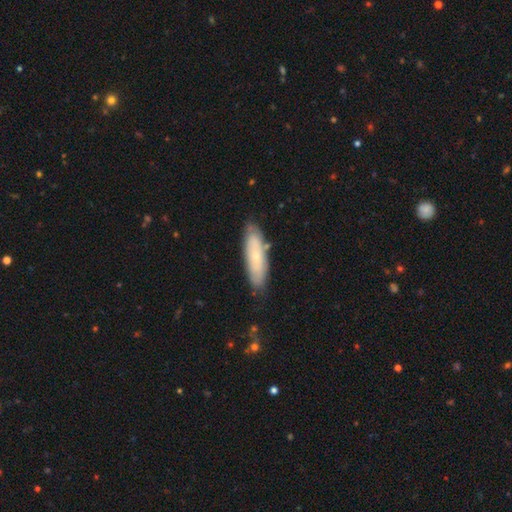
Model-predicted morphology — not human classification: A smooth galaxy with no disk features (55%) that is cigar-shaped (50%). Merging: none (77%).